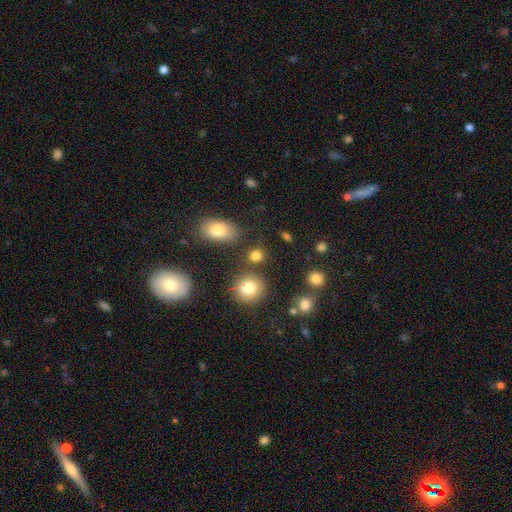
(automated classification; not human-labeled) smooth 82%, star or artifact 12%, featured or disk 6%. Down the decision tree: how rounded — round (71%); merging — none (77%).